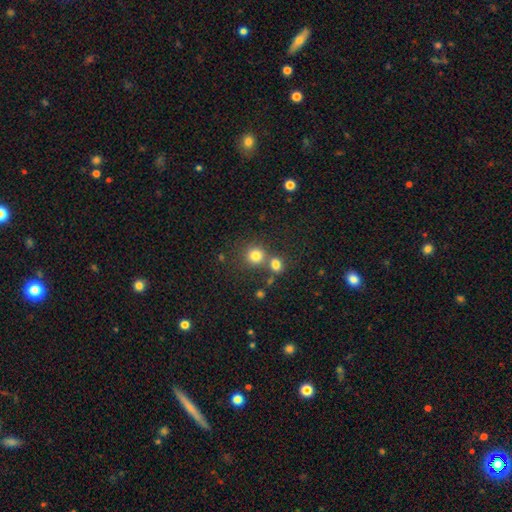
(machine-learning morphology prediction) This is likely a smooth galaxy (79%). How rounded: clearly round (88%). Merging: possibly none (59%).